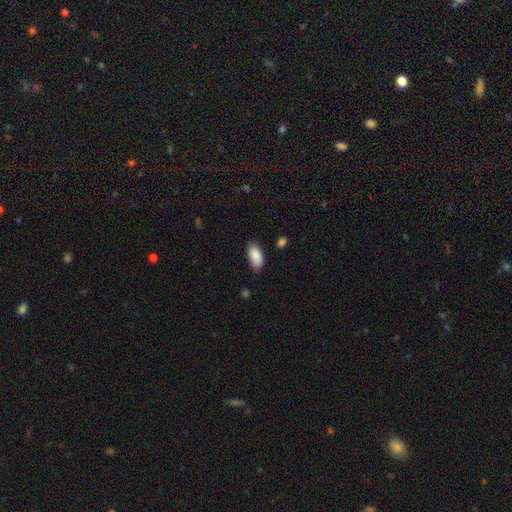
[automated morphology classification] smooth 89%, star or artifact 6%, featured or disk 4%. Down the decision tree: how rounded — in between (92%); merging — none (79%).